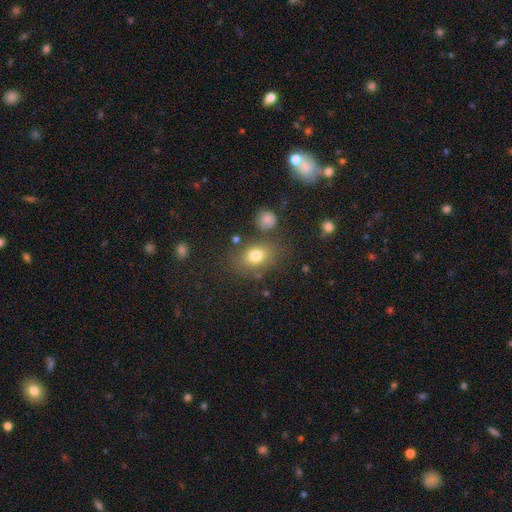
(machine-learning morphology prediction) This is likely a smooth galaxy (77%). How rounded: likely in between (68%). Merging: likely none (73%).